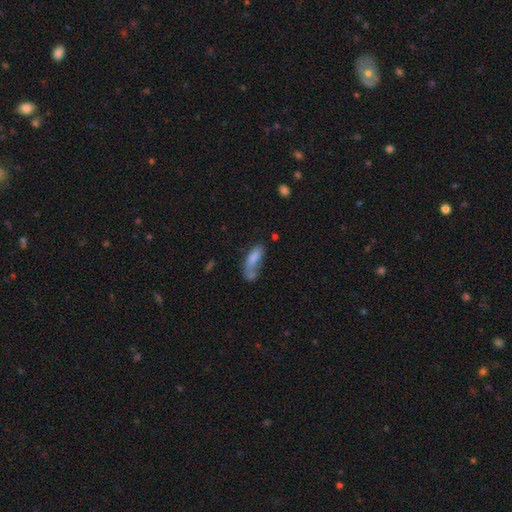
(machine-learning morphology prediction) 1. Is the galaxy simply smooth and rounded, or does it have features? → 67% smooth, 21% featured or disk, 13% star or artifact.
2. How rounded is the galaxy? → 57% in between, 40% cigar-shaped, 3% round.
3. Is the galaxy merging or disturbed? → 38% none, 23% merger, 21% minor disturbance, 18% major disturbance.